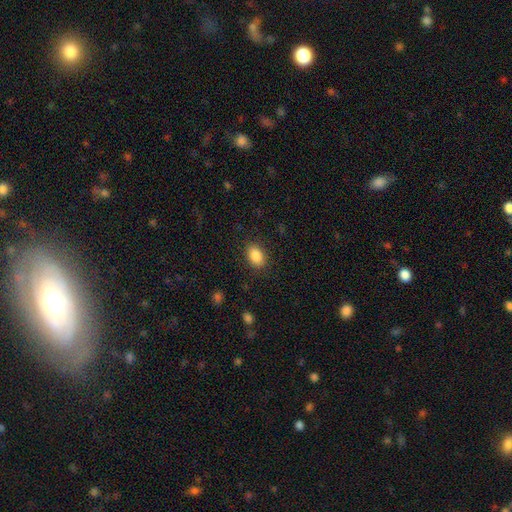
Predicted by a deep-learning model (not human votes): A smooth galaxy with no disk features (88%) that is in between round and cigar-shaped (87%). Merging: none (87%).